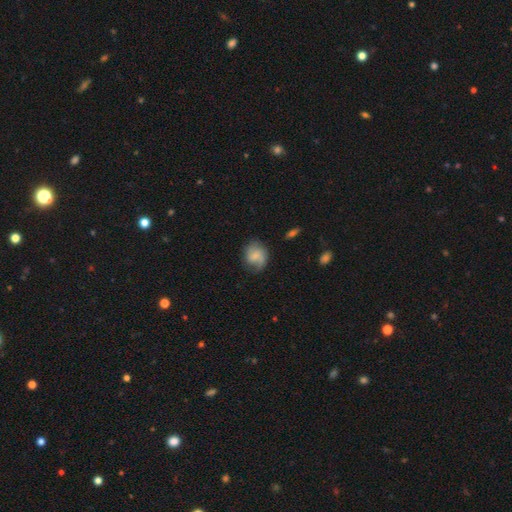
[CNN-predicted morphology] Smooth or featured?
  - smooth: 51% *
  - featured or disk: 40%
  - star or artifact: 8%
How rounded?
  - round: 59% *
  - in between: 40%
  - cigar-shaped: 1%
Merging?
  - none: 58% *
  - minor disturbance: 26%
  - major disturbance: 14%
  - merger: 2%